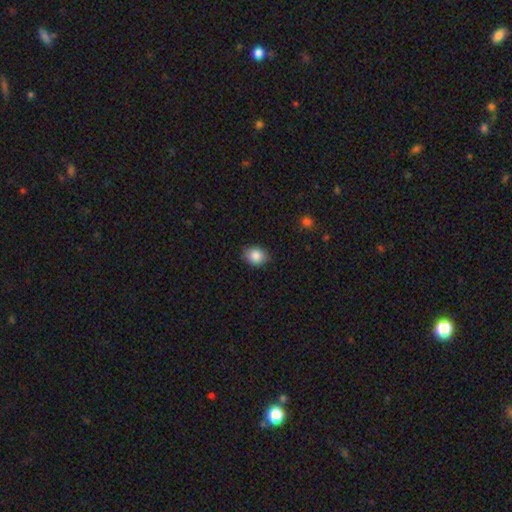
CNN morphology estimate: smooth 87%, star or artifact 9%, featured or disk 5%. Down the decision tree: how rounded — round (55%); merging — none (86%).